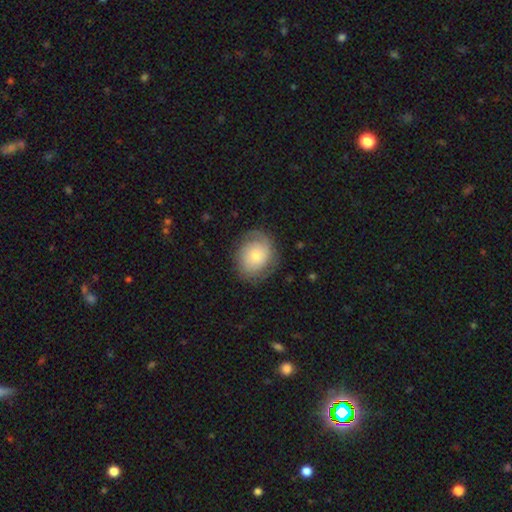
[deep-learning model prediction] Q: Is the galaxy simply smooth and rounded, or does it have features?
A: smooth — 51%.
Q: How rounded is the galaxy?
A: round — 54%.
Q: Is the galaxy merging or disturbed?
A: none — 75%.